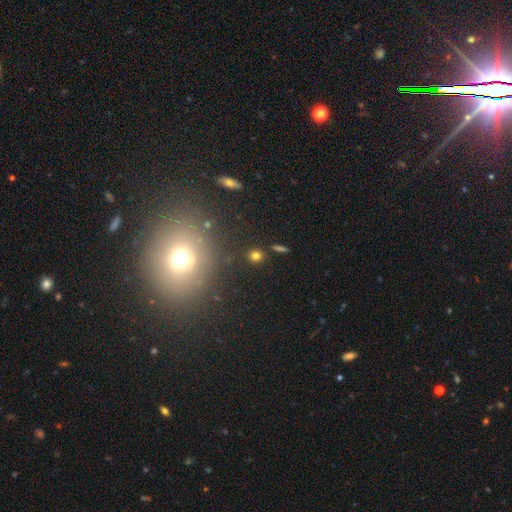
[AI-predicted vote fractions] This appears to be a smooth galaxy with no disk features (77%) that is round (77%). Merging: none (87%).